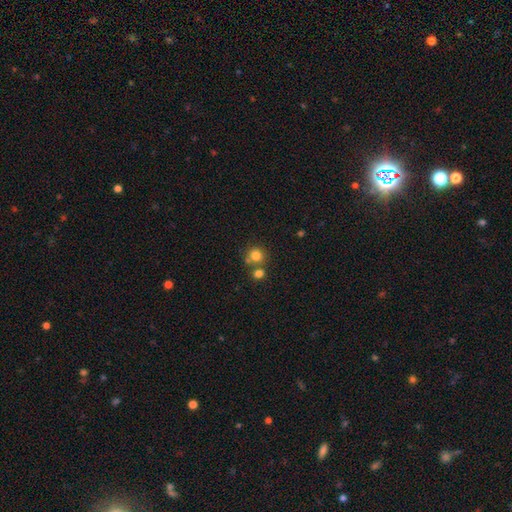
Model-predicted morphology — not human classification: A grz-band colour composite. It shows a smooth galaxy with no disk features (80%) that is round (89%). Merging: none (62%).